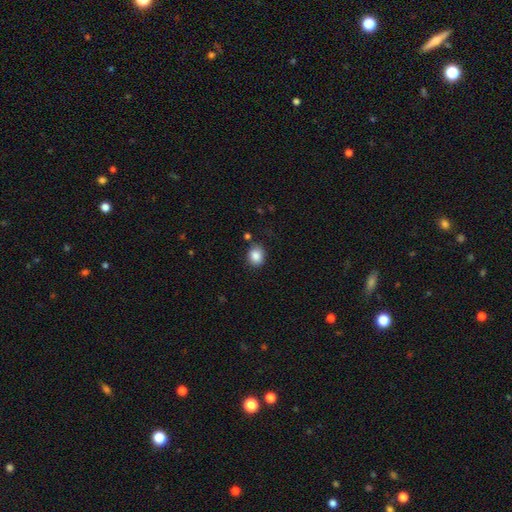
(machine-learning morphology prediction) A smooth galaxy with no disk features (86%) that is round (60%). Merging: none (79%).